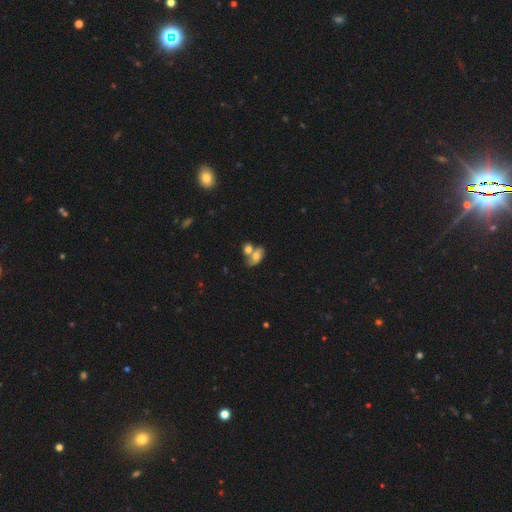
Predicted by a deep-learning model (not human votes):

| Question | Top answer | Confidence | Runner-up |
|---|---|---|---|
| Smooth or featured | smooth | 61% | featured or disk (29%) |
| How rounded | in between | 81% | round (15%) |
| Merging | merger | 54% | none (28%) |